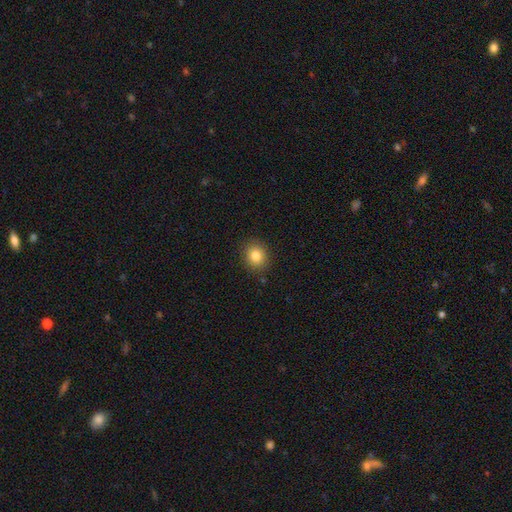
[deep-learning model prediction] Smooth or featured?
  - smooth: 84% *
  - star or artifact: 10%
  - featured or disk: 6%
How rounded?
  - round: 74% *
  - in between: 25%
  - cigar-shaped: 1%
Merging?
  - none: 88% *
  - minor disturbance: 8%
  - major disturbance: 2%
  - merger: 1%